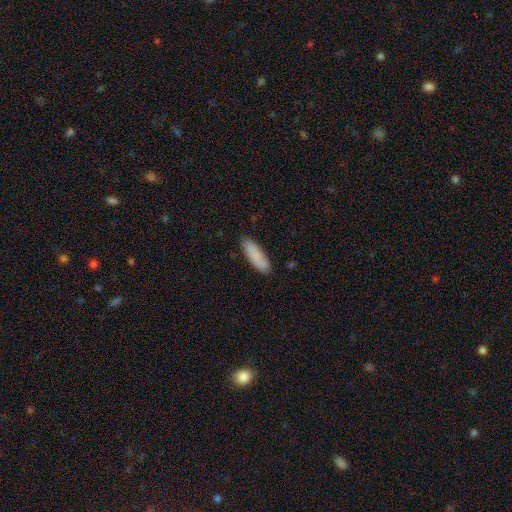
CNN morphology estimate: A smooth galaxy with no disk features (86%) that is cigar-shaped (52%).

Vote fractions:
- Smooth or featured? smooth: 86% / featured or disk: 8% / star or artifact: 6%
- How rounded? cigar-shaped: 52% / in between: 47% / round: 1%
- Merging? none: 85% / minor disturbance: 12% / major disturbance: 2% / merger: 1%